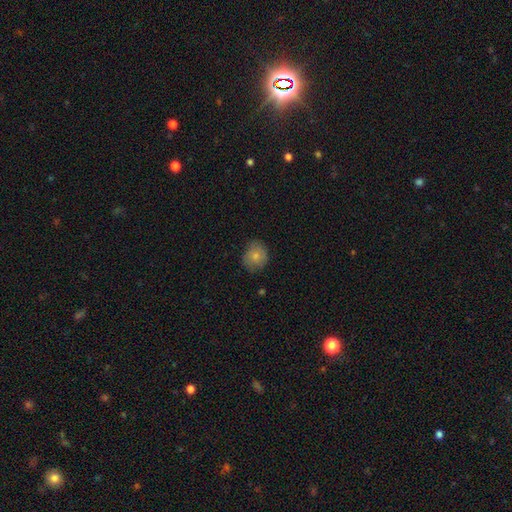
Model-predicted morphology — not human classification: This appears to be a smooth galaxy with no disk features (78%) that is round (71%). Merging: none (74%).